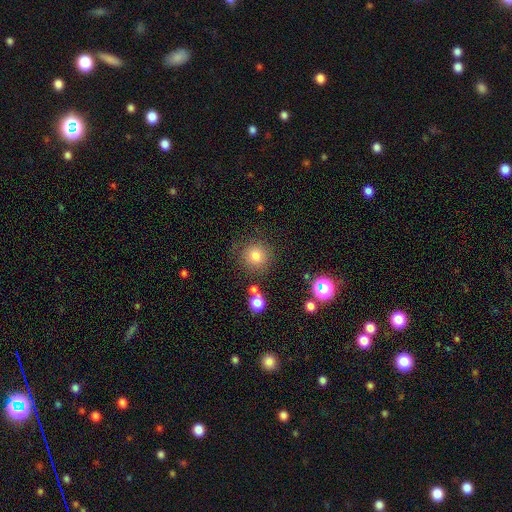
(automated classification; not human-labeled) Smooth or featured?
  - smooth: 78% *
  - star or artifact: 14%
  - featured or disk: 8%
How rounded?
  - round: 93% *
  - in between: 6%
  - cigar-shaped: 1%
Merging?
  - none: 80% *
  - minor disturbance: 10%
  - merger: 5%
  - major disturbance: 4%